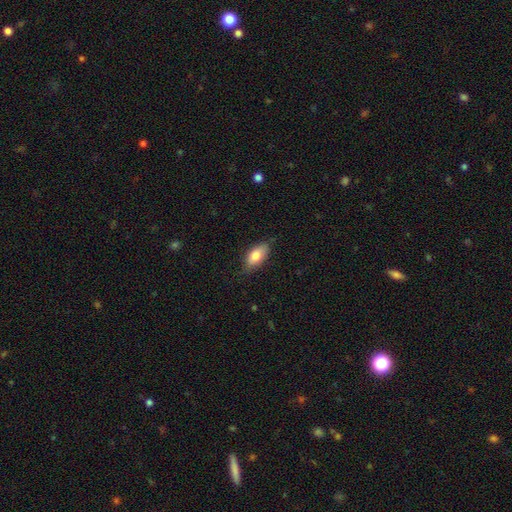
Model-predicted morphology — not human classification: This appears to be a smooth galaxy with no disk features (78%) that is in between round and cigar-shaped (89%). Merging: none (77%).